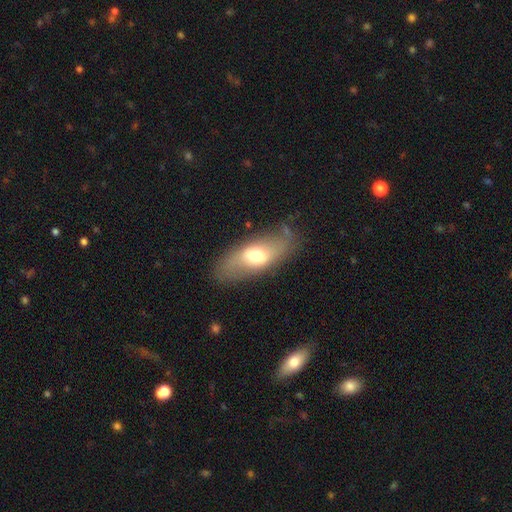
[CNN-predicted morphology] Overall: smooth (56%; featured or disk 37%). How rounded: in between (80%). Merging: none (78%).